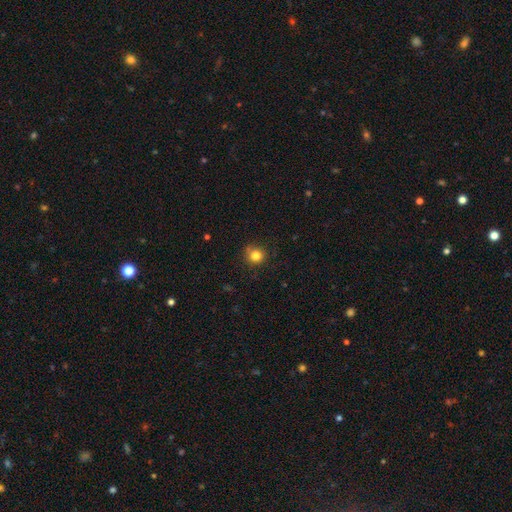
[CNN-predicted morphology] Smooth or featured? Predicted: smooth (p=0.82). How rounded? Predicted: round (p=0.91). Merging? Predicted: none (p=0.81).